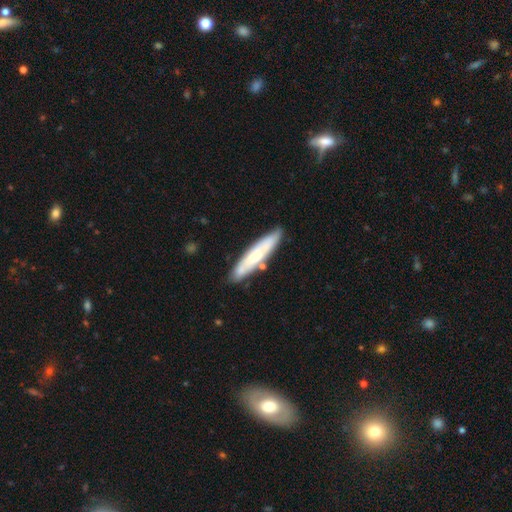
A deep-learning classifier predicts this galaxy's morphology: A smooth galaxy with no disk features (55%) that is cigar-shaped (84%).

Vote fractions:
- Smooth or featured? smooth: 55% / featured or disk: 39% / star or artifact: 6%
- How rounded? cigar-shaped: 84% / in between: 15% / round: 1%
- Merging? none: 79% / minor disturbance: 13% / merger: 5% / major disturbance: 2%